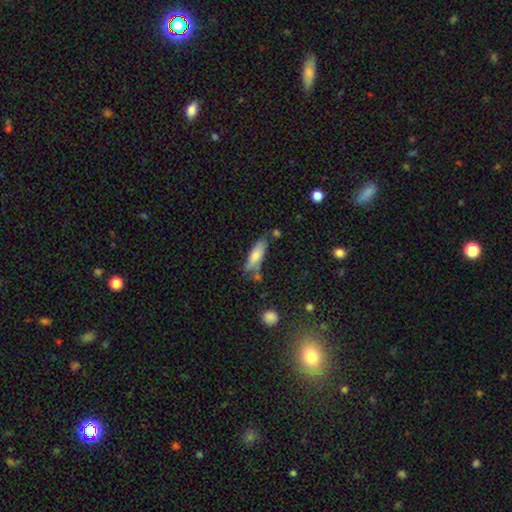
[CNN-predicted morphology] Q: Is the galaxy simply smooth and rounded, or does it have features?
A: smooth — 75%.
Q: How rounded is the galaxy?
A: in between — 52%.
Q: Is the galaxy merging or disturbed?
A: none — 59%.